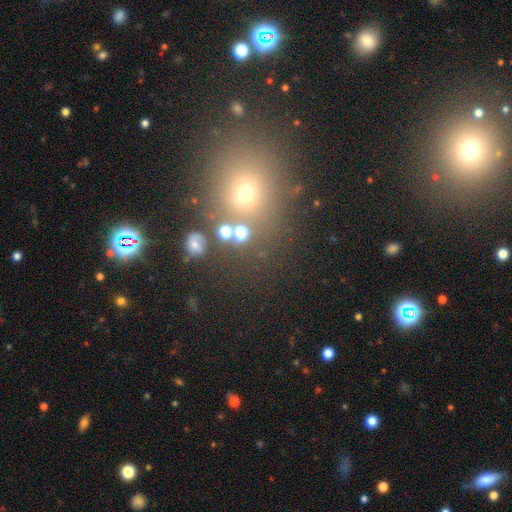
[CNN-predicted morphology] A smooth galaxy with no disk features (45%). Merging: none (76%).